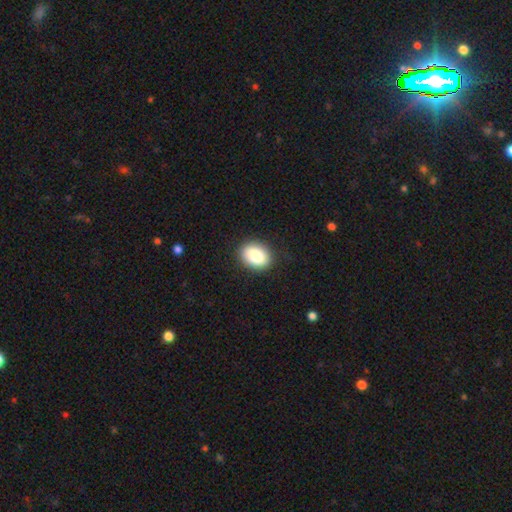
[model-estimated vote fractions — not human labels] A smooth galaxy with no disk features (86%) that is in between round and cigar-shaped (68%).

Vote fractions:
- Smooth or featured? smooth: 86% / star or artifact: 7% / featured or disk: 7%
- How rounded? in between: 68% / round: 31% / cigar-shaped: 1%
- Merging? none: 88% / minor disturbance: 9% / major disturbance: 2% / merger: 1%